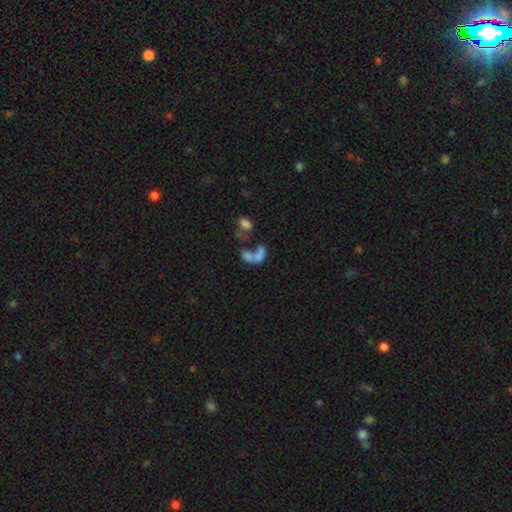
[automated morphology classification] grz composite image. It shows a smooth galaxy with no disk features (60%) that is in between round and cigar-shaped (83%). Merging: merger (65%).